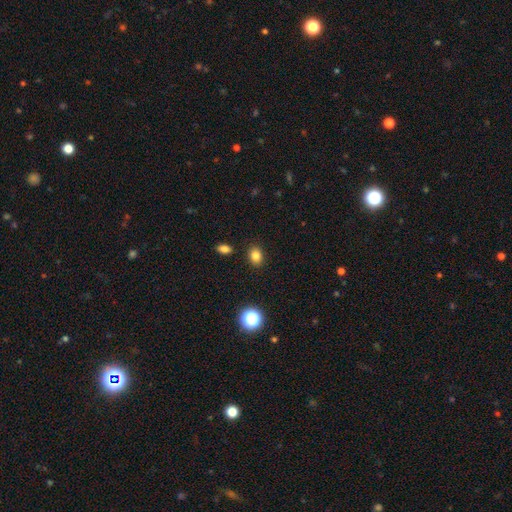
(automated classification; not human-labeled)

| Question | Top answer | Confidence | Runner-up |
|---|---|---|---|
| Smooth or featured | smooth | 82% | star or artifact (13%) |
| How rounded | in between | 58% | round (41%) |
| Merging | none | 87% | minor disturbance (8%) |